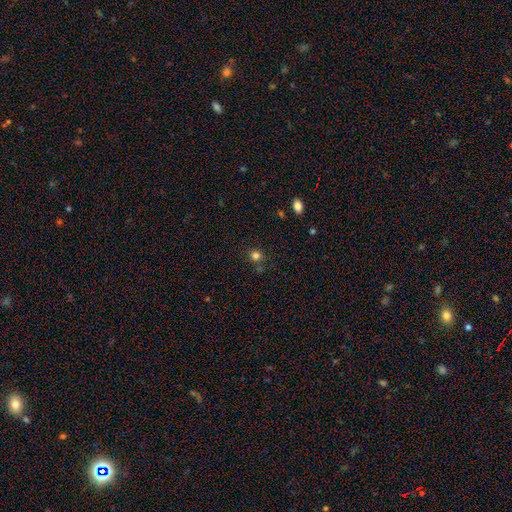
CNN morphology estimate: type=smooth (80%); roundness=round (87%); merging=none (80%).